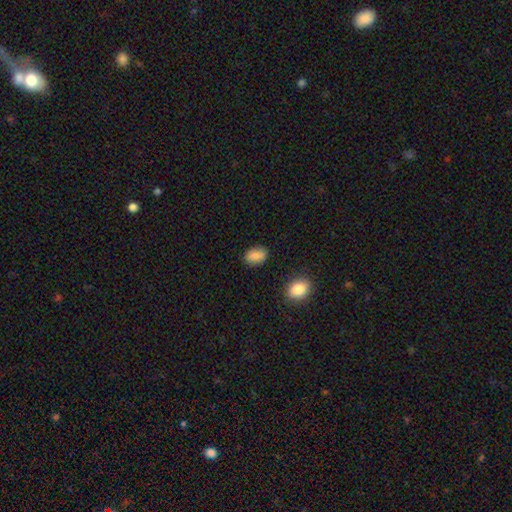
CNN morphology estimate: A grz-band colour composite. It shows a smooth galaxy with no disk features (87%) that is in between round and cigar-shaped (86%). Merging: none (83%).